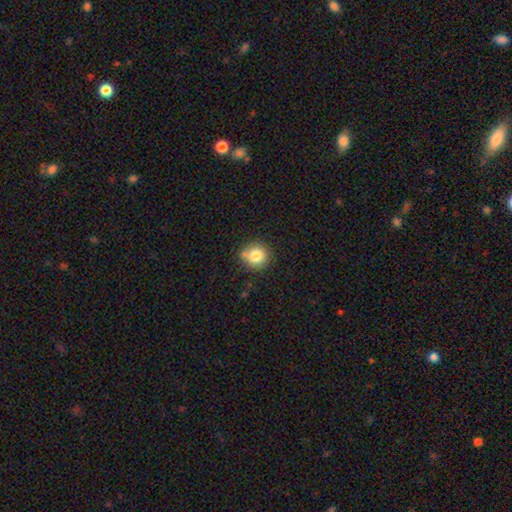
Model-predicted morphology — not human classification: This is clearly a smooth galaxy (81%). How rounded: clearly round (90%). Merging: likely none (72%).